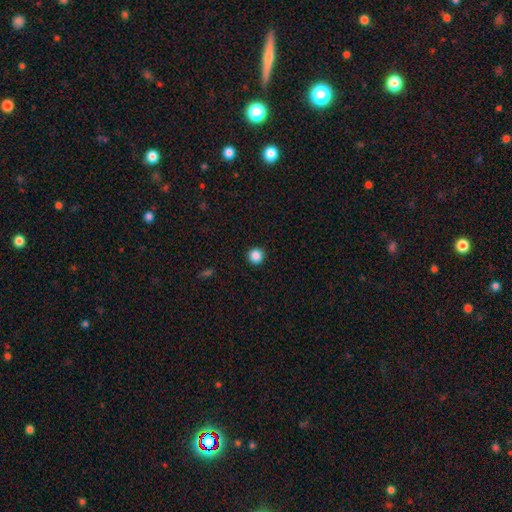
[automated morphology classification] Q: Smooth or featured?
A: smooth (87%); runner-up: star or artifact (10%)
Q: How rounded?
A: round (95%); runner-up: in between (4%)
Q: Merging?
A: none (93%); runner-up: minor disturbance (5%)